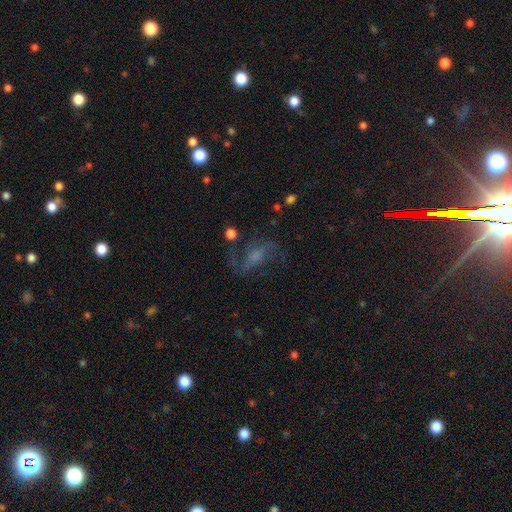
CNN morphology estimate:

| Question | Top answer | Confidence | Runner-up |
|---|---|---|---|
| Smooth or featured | featured or disk | 66% | smooth (18%) |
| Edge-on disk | no | 95% | yes (5%) |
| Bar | weak | 42% | no (40%) |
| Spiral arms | yes | 85% | no (15%) |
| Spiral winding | loose | 56% | medium (36%) |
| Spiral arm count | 2 | 76% | can't tell (10%) |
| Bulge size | small | 33% | moderate (29%) |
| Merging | none | 55% | major disturbance (24%) |